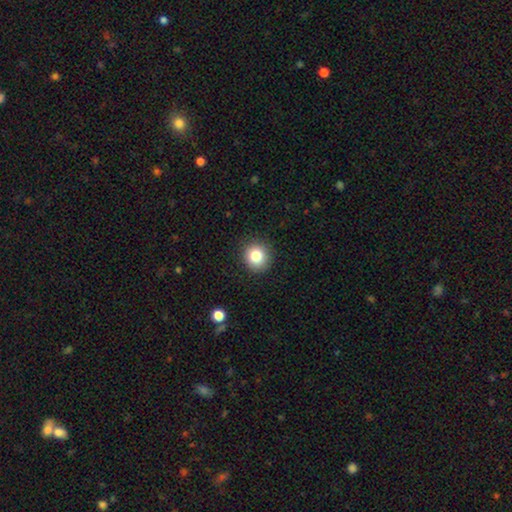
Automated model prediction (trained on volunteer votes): smooth-or-featured: smooth: 82% | star or artifact: 11% | featured or disk: 7%
  how-rounded: round: 90% | in between: 9% | cigar-shaped: 1%
  merging: none: 91% | minor disturbance: 6% | major disturbance: 2% | merger: 1%